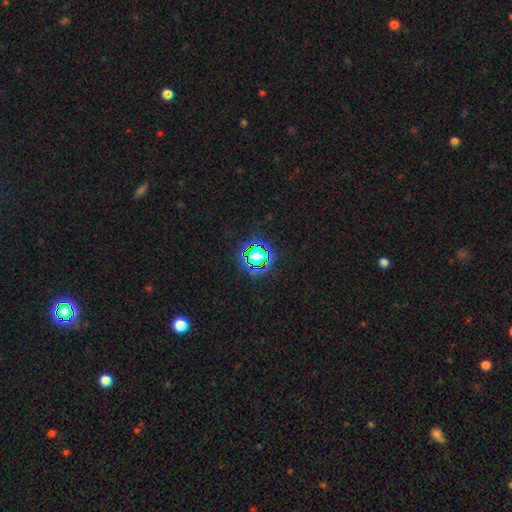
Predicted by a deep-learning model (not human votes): This is possibly a star or artifact rather than a galaxy (59%).